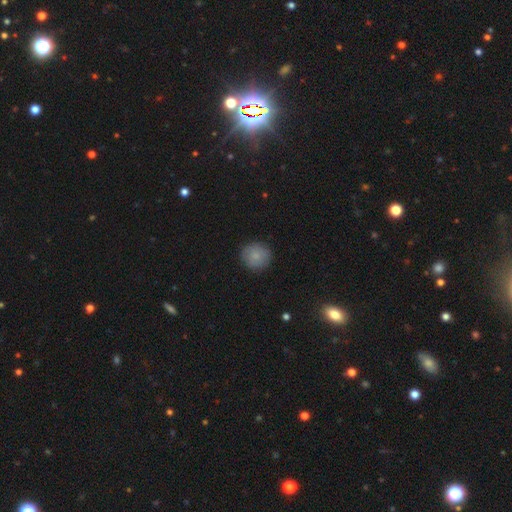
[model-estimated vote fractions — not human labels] A smooth galaxy with no disk features (84%) that is round (92%).

Vote fractions:
- Smooth or featured? smooth: 84% / featured or disk: 9% / star or artifact: 8%
- How rounded? round: 92% / in between: 7% / cigar-shaped: 1%
- Merging? none: 88% / minor disturbance: 9% / major disturbance: 2% / merger: 1%